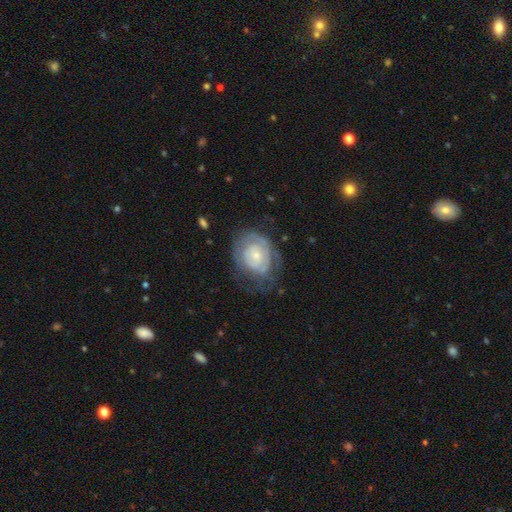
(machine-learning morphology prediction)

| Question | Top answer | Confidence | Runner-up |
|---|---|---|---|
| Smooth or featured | featured or disk | 67% | smooth (27%) |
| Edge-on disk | no | 97% | yes (3%) |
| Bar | no | 79% | weak (18%) |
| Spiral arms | yes | 66% | no (34%) |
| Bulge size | small | 62% | moderate (31%) |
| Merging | none | 57% | minor disturbance (24%) |